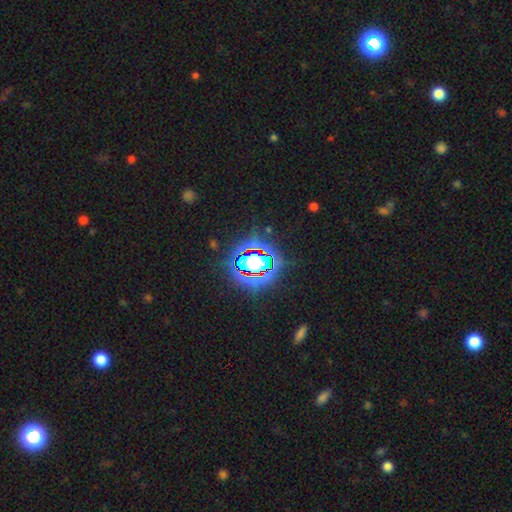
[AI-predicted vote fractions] The model was most divided on "smooth or featured": star or artifact: 80%, smooth: 13%, featured or disk: 8%.